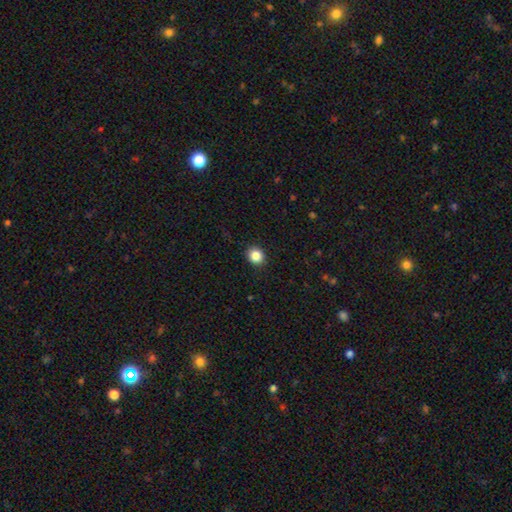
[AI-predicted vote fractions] Smooth or featured?
  - smooth: 85% *
  - star or artifact: 10%
  - featured or disk: 4%
How rounded?
  - round: 81% *
  - in between: 18%
  - cigar-shaped: 1%
Merging?
  - none: 91% *
  - minor disturbance: 6%
  - major disturbance: 2%
  - merger: 1%